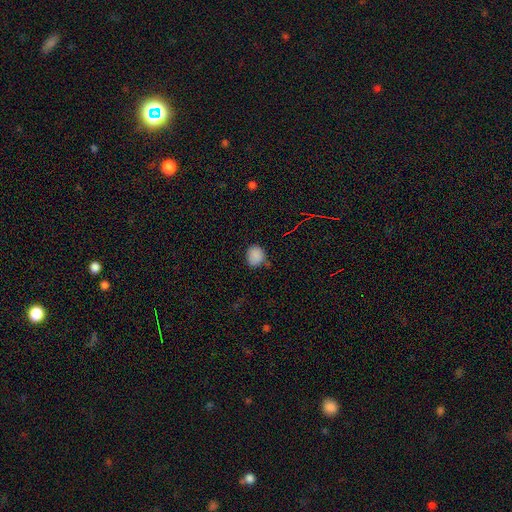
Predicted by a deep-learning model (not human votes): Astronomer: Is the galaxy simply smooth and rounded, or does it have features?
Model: smooth — 85%.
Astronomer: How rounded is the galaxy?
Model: round — 65%.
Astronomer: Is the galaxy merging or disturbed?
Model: none — 73%.